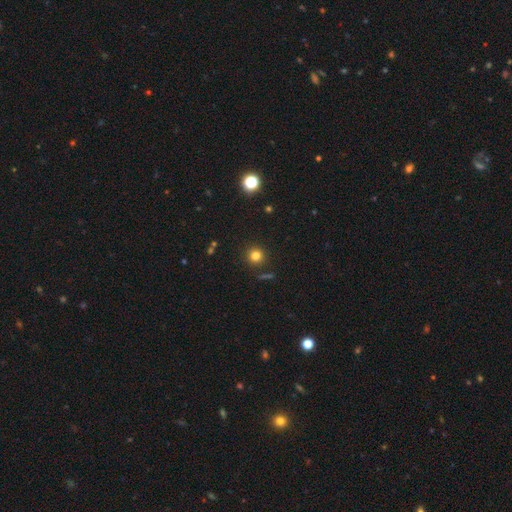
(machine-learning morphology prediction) Smooth or featured: smooth — 78% (star or artifact — 15%)
How rounded: round — 94% (in between — 5%)
Merging: none — 89% (minor disturbance — 6%)